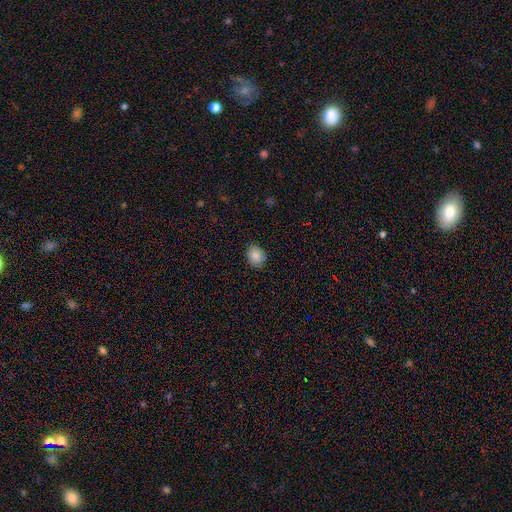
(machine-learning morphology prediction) This appears to be a smooth galaxy with no disk features (86%) that is round (56%). Merging: none (85%).